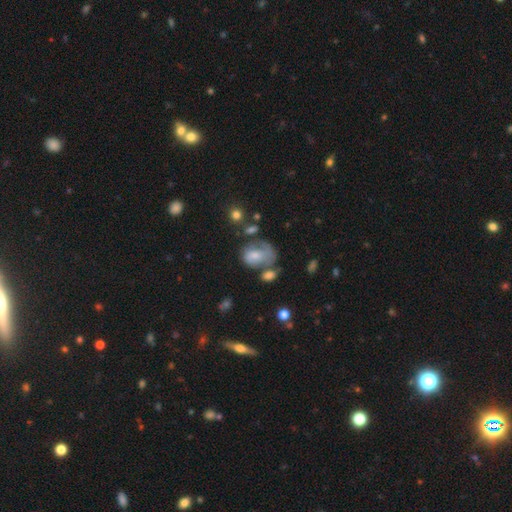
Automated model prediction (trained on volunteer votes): This appears to be a smooth galaxy with no disk features (51%) that is in between round and cigar-shaped (64%). Merging: major disturbance (32%).